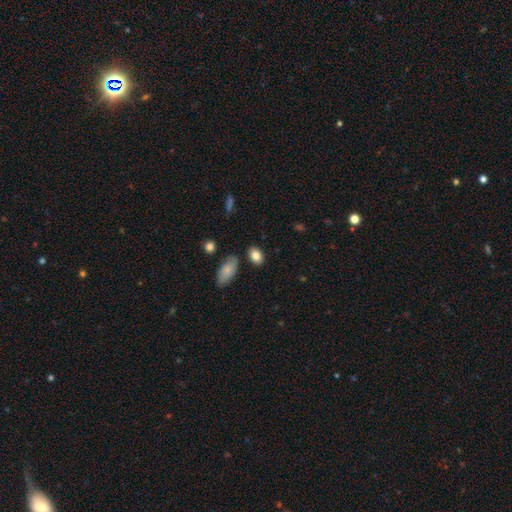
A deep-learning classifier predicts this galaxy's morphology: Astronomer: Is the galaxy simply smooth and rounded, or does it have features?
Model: smooth — 84%.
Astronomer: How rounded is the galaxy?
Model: in between — 86%.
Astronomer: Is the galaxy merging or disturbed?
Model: none — 81%.